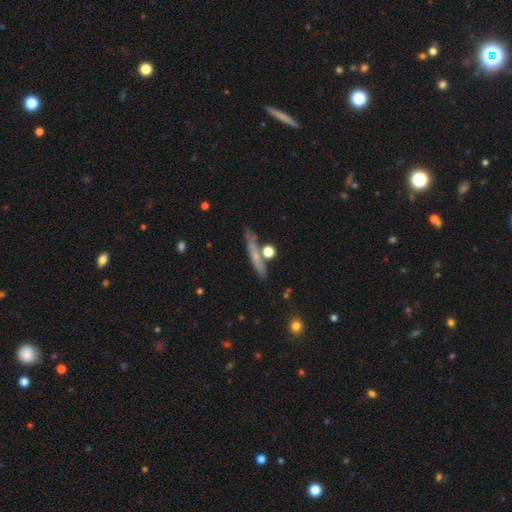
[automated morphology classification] This appears to be a smooth galaxy with no disk features (52%) that is cigar-shaped (87%). Merging: none (76%).